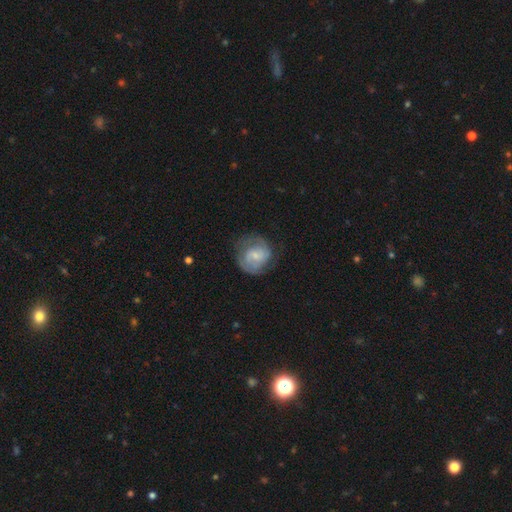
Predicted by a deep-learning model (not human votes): This appears to be a featured or disk galaxy (66%) with a weak bar (47%), 2 (69%) medium (44%) spiral arms (89%) and a small central bulge (58%). Merging: none (65%).